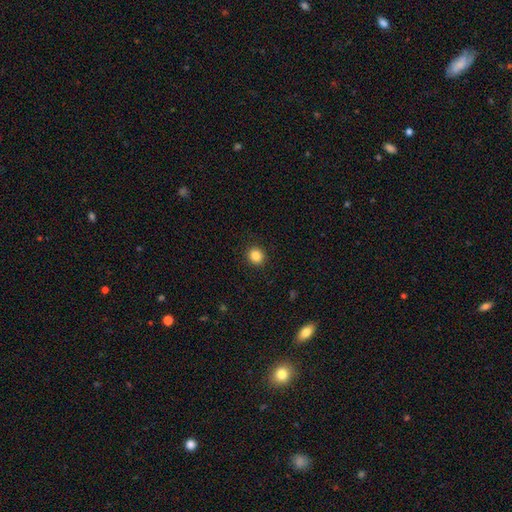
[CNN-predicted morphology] A smooth galaxy with no disk features (85%) that is round (88%).

Vote fractions:
- Smooth or featured? smooth: 85% / star or artifact: 11% / featured or disk: 4%
- How rounded? round: 88% / in between: 11% / cigar-shaped: 1%
- Merging? none: 92% / minor disturbance: 5% / major disturbance: 2% / merger: 1%